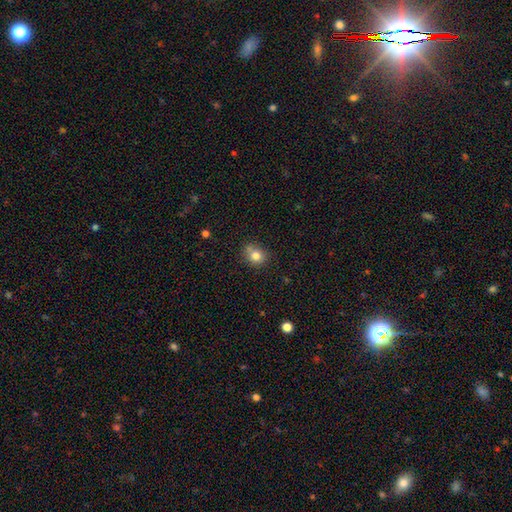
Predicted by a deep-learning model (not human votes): A smooth galaxy with no disk features (80%) that is round (73%). Merging: none (63%).